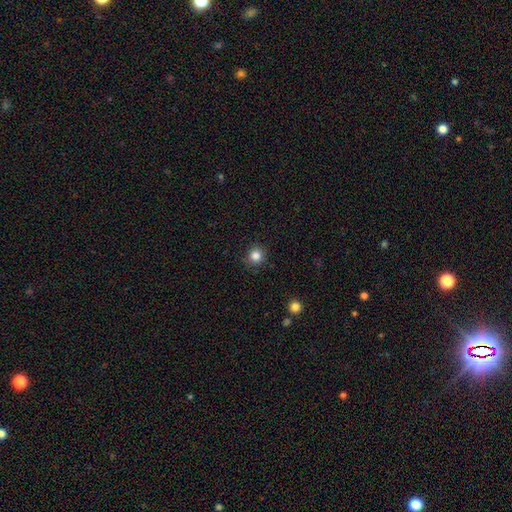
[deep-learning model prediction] Smooth or featured? Predicted: smooth (p=0.85). How rounded? Predicted: round (p=0.92). Merging? Predicted: none (p=0.89).